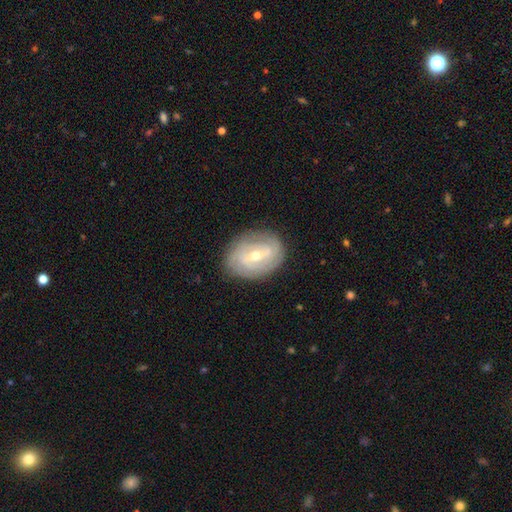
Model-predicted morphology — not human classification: A featured or disk galaxy (73%) with a weak bar (48%), tight (63%) spiral arms (82%) and a moderate central bulge (49%).

Vote fractions:
- Smooth or featured? featured or disk: 73% / smooth: 21% / star or artifact: 7%
- Edge-on disk? no: 95% / yes: 5%
- Bar? weak: 48% / no: 29% / strong: 23%
- Spiral arms? yes: 82% / no: 18%
- Spiral winding? tight: 63% / medium: 27% / loose: 10%
- Spiral arm count? can't tell: 41% / 2: 33% / 3: 13% / 4: 6% / 1: 4% / more than 4: 3%
- Bulge size? moderate: 49% / small: 48% / large: 2% / none: 1% / dominant: 1%
- Merging? none: 81% / minor disturbance: 14% / major disturbance: 4% / merger: 1%